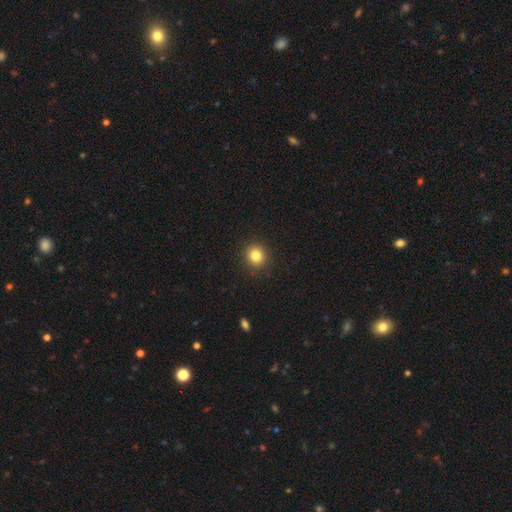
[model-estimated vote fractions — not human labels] smooth 83%, star or artifact 11%, featured or disk 6%. Down the decision tree: how rounded — round (89%); merging — none (91%).